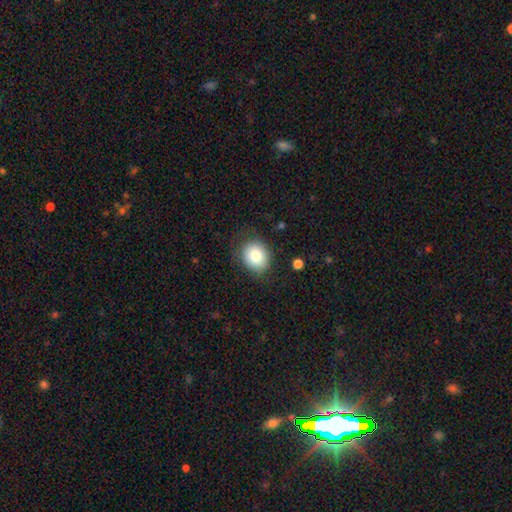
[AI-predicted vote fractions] smooth 79%, featured or disk 12%, star or artifact 9%. Down the decision tree: how rounded — round (66%); merging — none (77%).